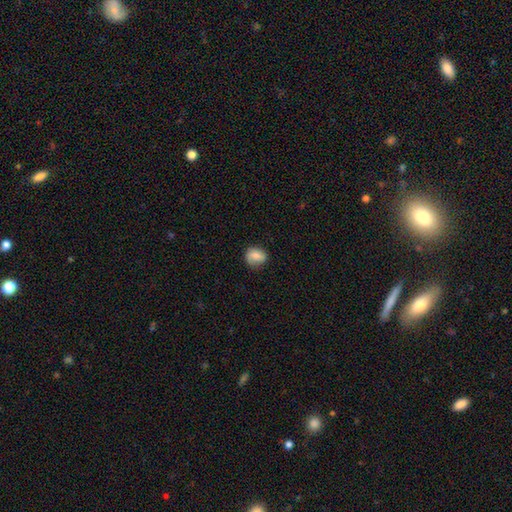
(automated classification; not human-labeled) Smooth or featured? Predicted: smooth (p=0.78). How rounded? Predicted: round (p=0.64). Merging? Predicted: none (p=0.73).